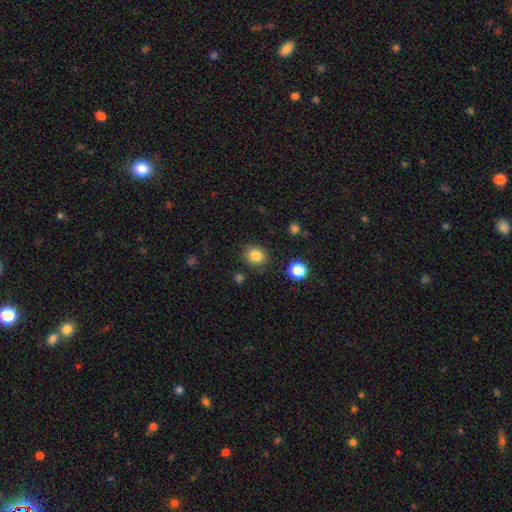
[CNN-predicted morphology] Smooth or featured? smooth (84%)
How rounded? round (75%)
Merging? none (84%)